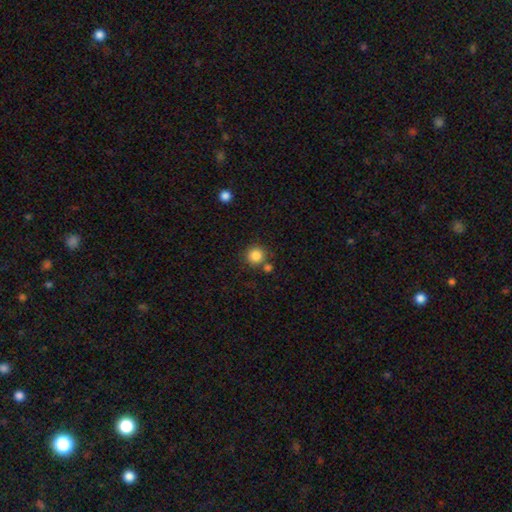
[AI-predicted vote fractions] Smooth or featured? Predicted: smooth (p=0.85). How rounded? Predicted: round (p=0.94). Merging? Predicted: none (p=0.77).